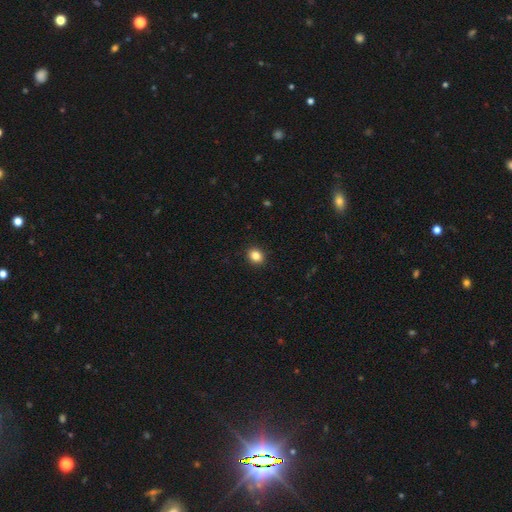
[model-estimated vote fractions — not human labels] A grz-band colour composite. It shows a smooth galaxy with no disk features (85%) that is round (62%). Merging: none (92%).